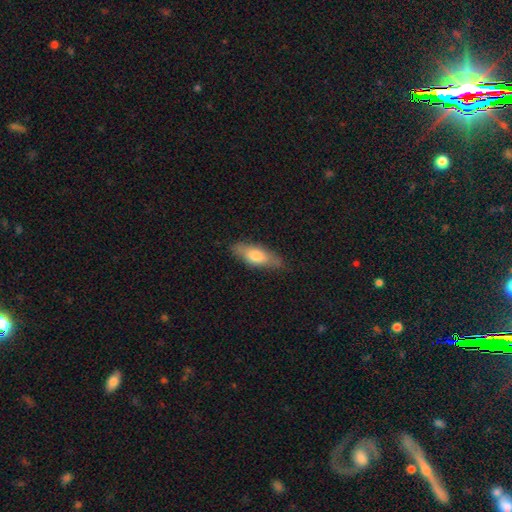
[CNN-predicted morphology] smooth_or_featured: smooth (p=0.67) [alt: featured or disk p=0.27]
how_rounded: in between (p=0.64) [alt: cigar-shaped p=0.33]
merging: none (p=0.78) [alt: minor disturbance p=0.17]